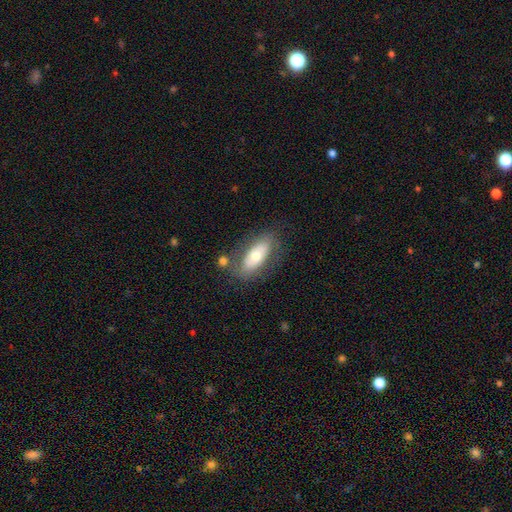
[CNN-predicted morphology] type=smooth (59%); roundness=in between (84%); merging=none (69%).